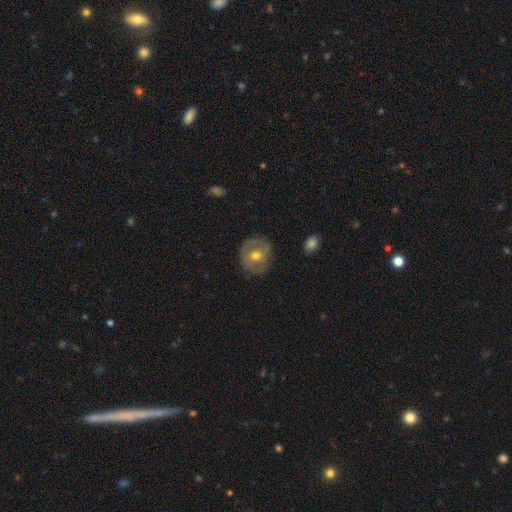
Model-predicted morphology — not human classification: type=featured or disk (56%); edge-on=no (95%); bar=no (55%); spiral arms=yes (50%, tied with no); bulge=moderate (73%); merging=none (79%).